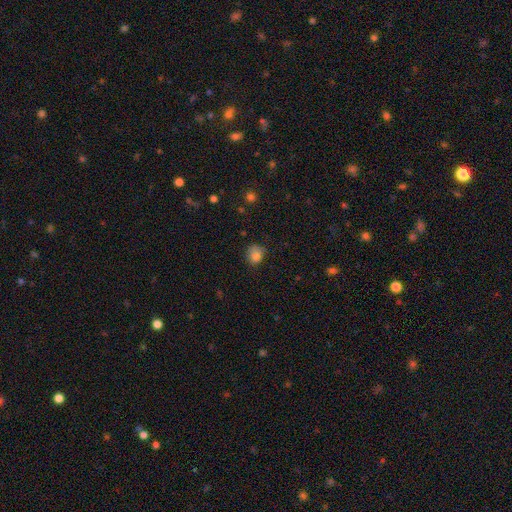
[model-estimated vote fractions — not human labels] smooth_or_featured: smooth (p=0.80) [alt: star or artifact p=0.12]
how_rounded: round (p=0.69) [alt: in between p=0.30]
merging: none (p=0.60) [alt: minor disturbance p=0.28]